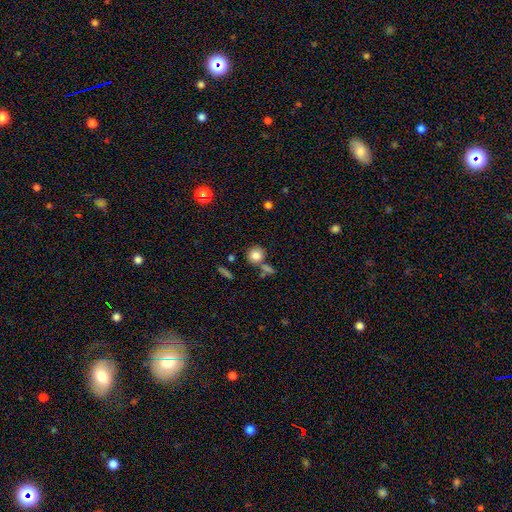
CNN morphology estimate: smooth 82%, star or artifact 10%, featured or disk 8%. Down the decision tree: how rounded — round (84%); merging — none (67%).